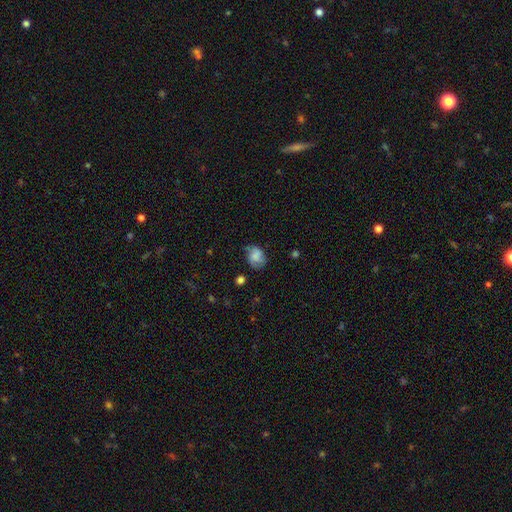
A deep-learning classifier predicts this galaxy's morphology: Smooth or featured? smooth (65%)
How rounded? in between (54%)
Merging? none (53%)